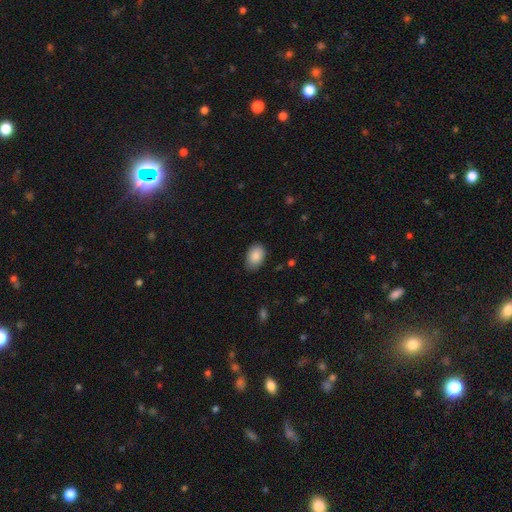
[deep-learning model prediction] Morphology: type=smooth (88%); roundness=in between (88%); merging=none (77%).